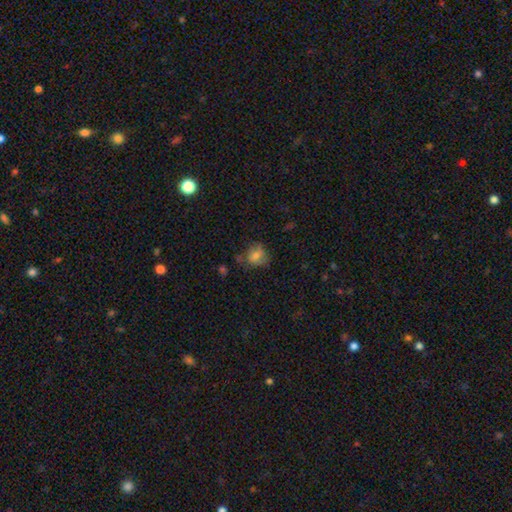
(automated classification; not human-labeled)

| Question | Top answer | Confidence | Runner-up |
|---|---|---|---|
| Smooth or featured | smooth | 66% | featured or disk (22%) |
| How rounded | round | 60% | in between (39%) |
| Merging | none | 55% | minor disturbance (27%) |